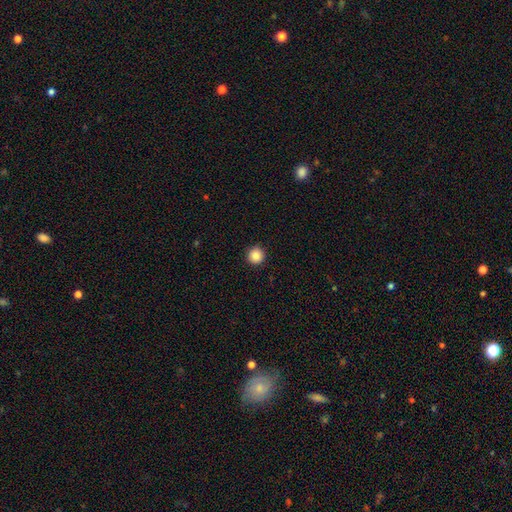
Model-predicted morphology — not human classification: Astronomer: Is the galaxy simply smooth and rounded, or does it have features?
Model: smooth — 86%.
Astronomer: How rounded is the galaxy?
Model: round — 96%.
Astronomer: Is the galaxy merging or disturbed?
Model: none — 93%.